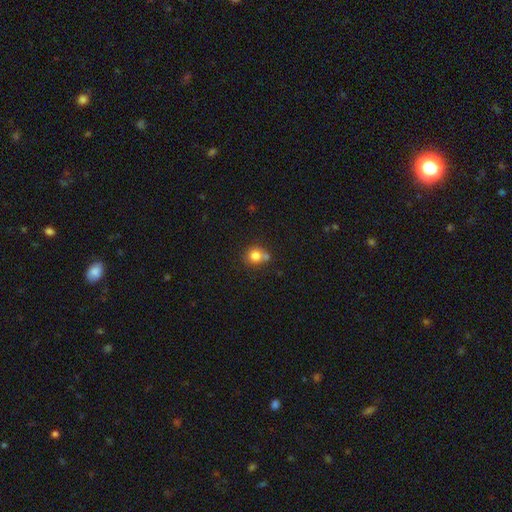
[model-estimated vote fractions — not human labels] This is likely a smooth galaxy (79%). How rounded: clearly round (83%). Merging: possibly none (56%).